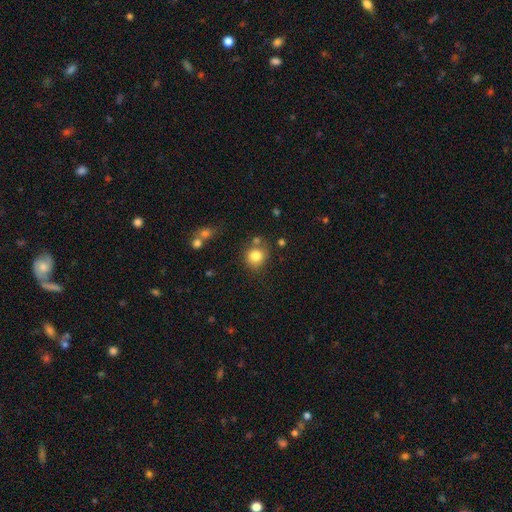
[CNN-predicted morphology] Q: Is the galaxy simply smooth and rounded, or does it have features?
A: smooth — 82%.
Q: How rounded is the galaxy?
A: round — 84%.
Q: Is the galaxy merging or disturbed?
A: none — 73%.